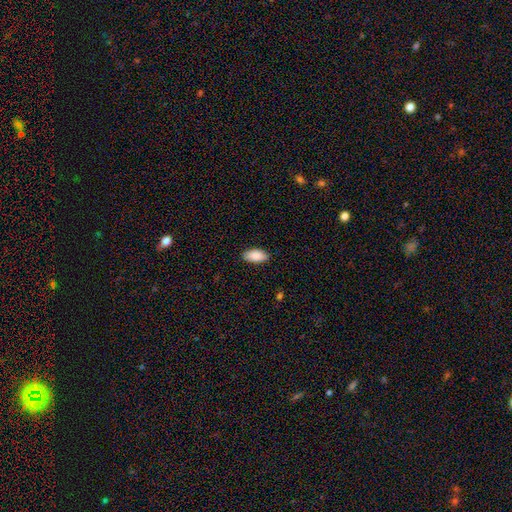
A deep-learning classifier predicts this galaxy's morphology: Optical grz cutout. It shows a smooth galaxy with no disk features (89%) that is in between round and cigar-shaped (94%). Merging: none (88%).